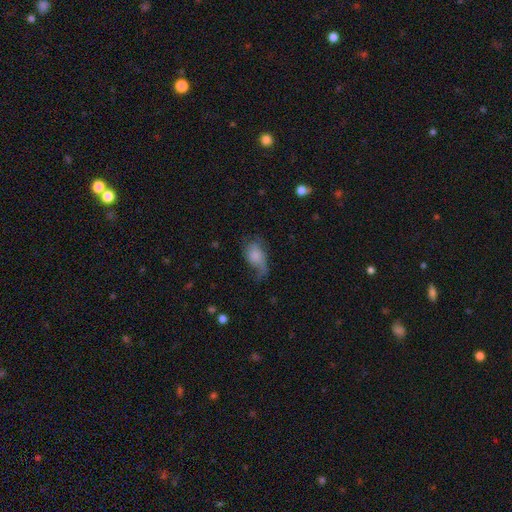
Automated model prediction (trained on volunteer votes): A smooth galaxy with no disk features (61%) that is in between round and cigar-shaped (87%). Merging: major disturbance (38%).